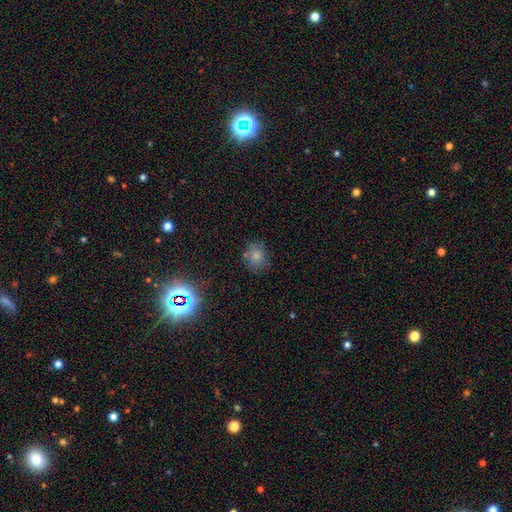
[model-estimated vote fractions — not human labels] Q: Smooth or featured?
A: smooth (76%); runner-up: star or artifact (13%)
Q: How rounded?
A: round (53%); runner-up: in between (46%)
Q: Merging?
A: none (72%); runner-up: minor disturbance (18%)